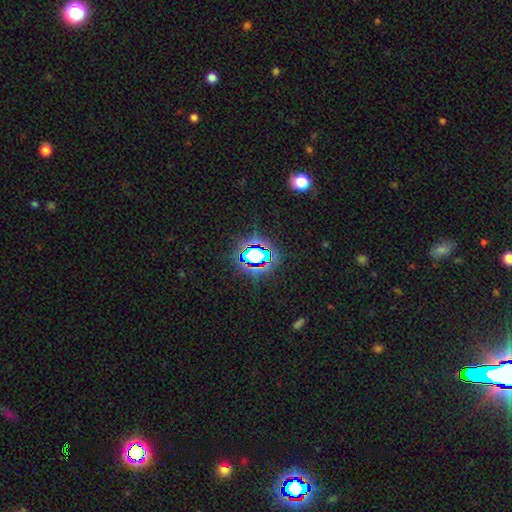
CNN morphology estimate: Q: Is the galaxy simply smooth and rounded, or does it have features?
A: star or artifact — 67%.